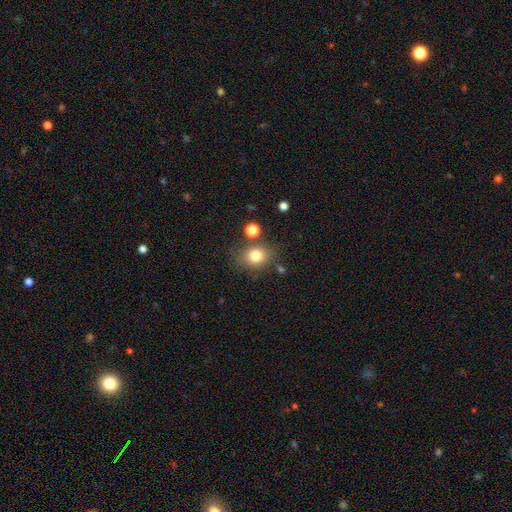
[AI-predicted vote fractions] smooth-or-featured: smooth: 79% | star or artifact: 12% | featured or disk: 9%
  how-rounded: round: 58% | in between: 41% | cigar-shaped: 1%
  merging: none: 73% | minor disturbance: 14% | merger: 7% | major disturbance: 5%